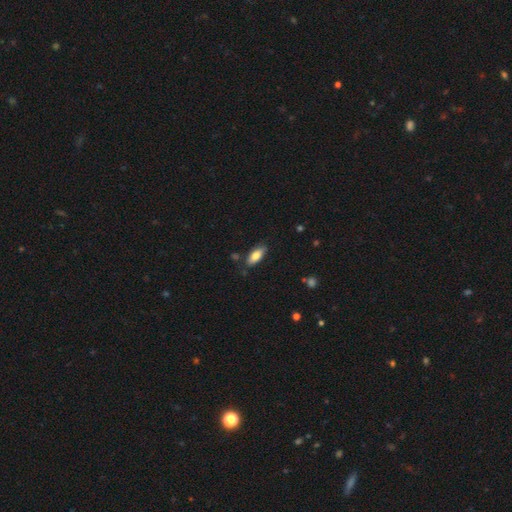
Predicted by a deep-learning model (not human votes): This is likely a smooth galaxy (79%). How rounded: clearly in between (80%). Merging: clearly none (81%).